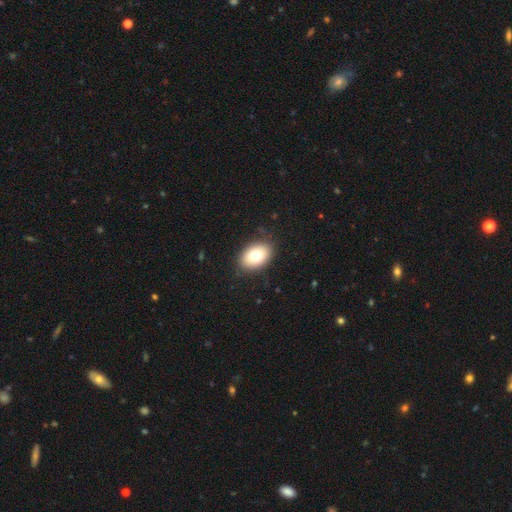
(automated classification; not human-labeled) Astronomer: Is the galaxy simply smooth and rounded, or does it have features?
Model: smooth — 77%.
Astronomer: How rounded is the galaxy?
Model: in between — 84%.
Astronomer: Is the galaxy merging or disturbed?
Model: none — 85%.